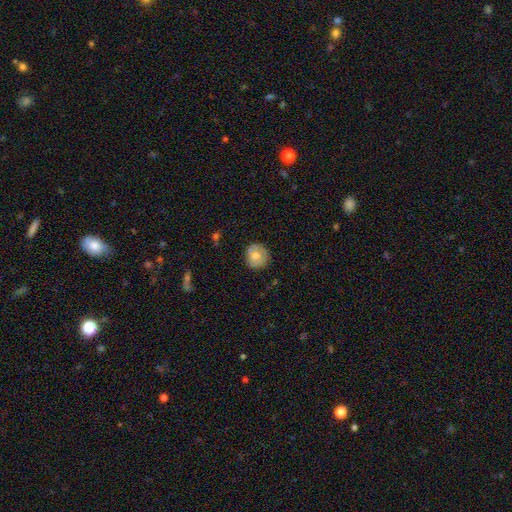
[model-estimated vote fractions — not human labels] Smooth or featured: smooth — 64% (featured or disk — 29%)
How rounded: round — 85% (in between — 14%)
Merging: none — 78% (minor disturbance — 17%)